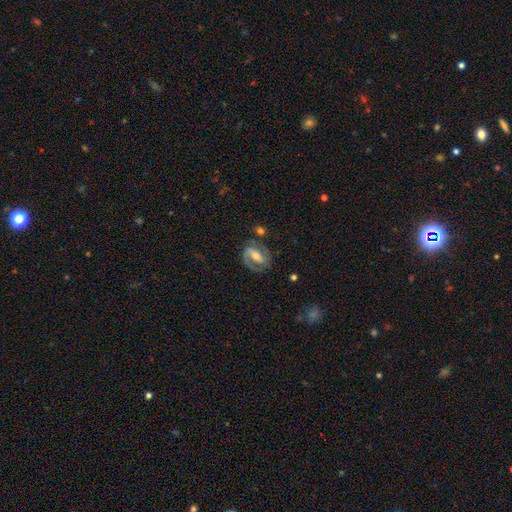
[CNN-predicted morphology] The model was most divided on "spiral winding": medium: 45%, tight: 37%, loose: 17%. More confident: edge-on disk — no (96%); spiral arms — yes (88%); smooth or featured — featured or disk (78%); spiral arm count — 2 (75%); merging — none (70%); bulge size — moderate (59%); bar — strong (50%).